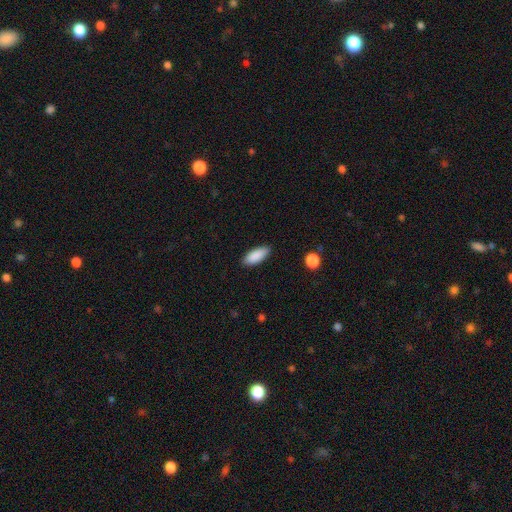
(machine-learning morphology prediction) A smooth galaxy with no disk features (89%) that is in between round and cigar-shaped (79%). Merging: none (87%).